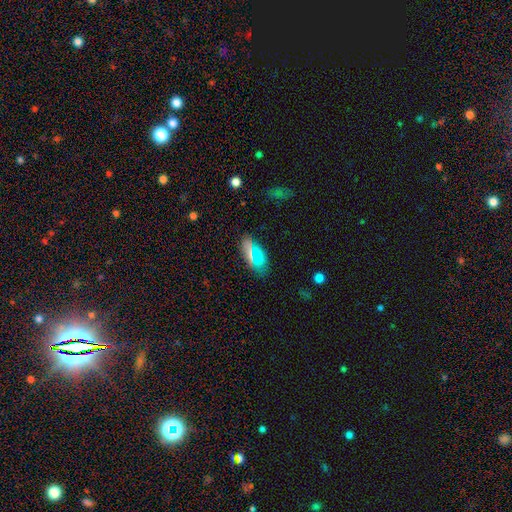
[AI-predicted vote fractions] Smooth or featured? Predicted: smooth (p=0.74). How rounded? Predicted: in between (p=0.90). Merging? Predicted: none (p=0.82).